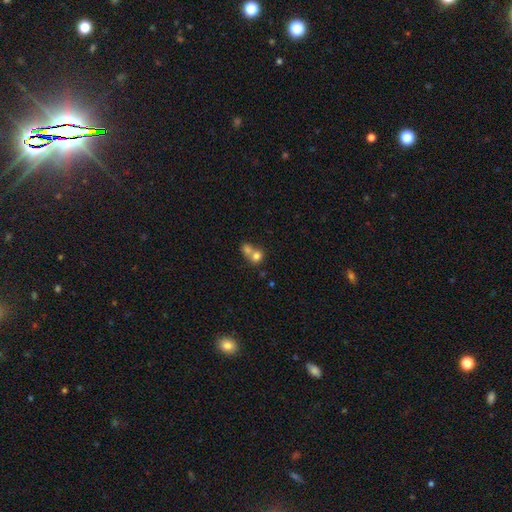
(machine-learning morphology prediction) smooth 76%, featured or disk 14%, star or artifact 11%. Down the decision tree: how rounded — round (77%); merging — merger (63%).